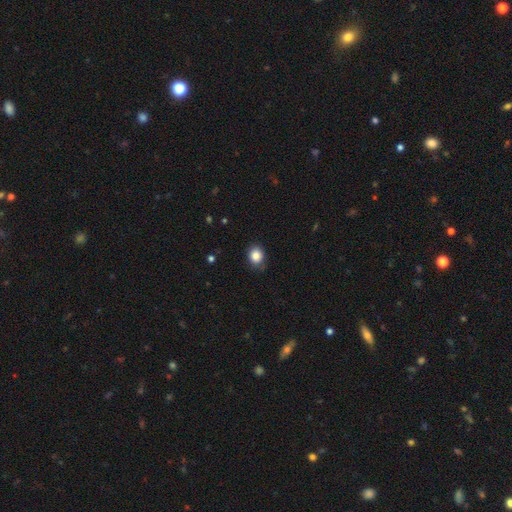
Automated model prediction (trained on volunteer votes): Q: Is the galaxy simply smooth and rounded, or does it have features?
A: smooth — 85%.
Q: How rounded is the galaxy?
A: round — 60%.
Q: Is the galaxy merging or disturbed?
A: none — 80%.